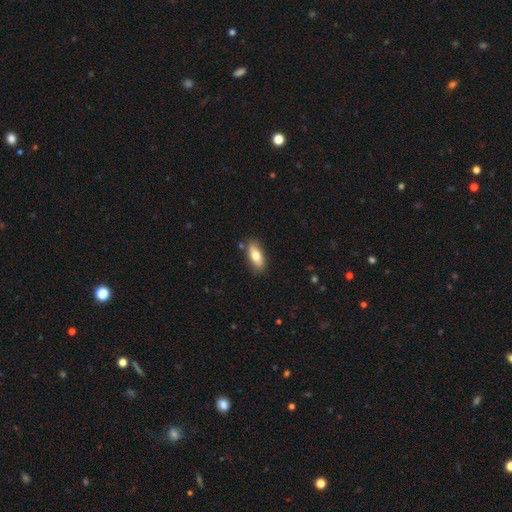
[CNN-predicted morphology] This appears to be a smooth galaxy with no disk features (74%) that is in between round and cigar-shaped (78%). Merging: none (84%).